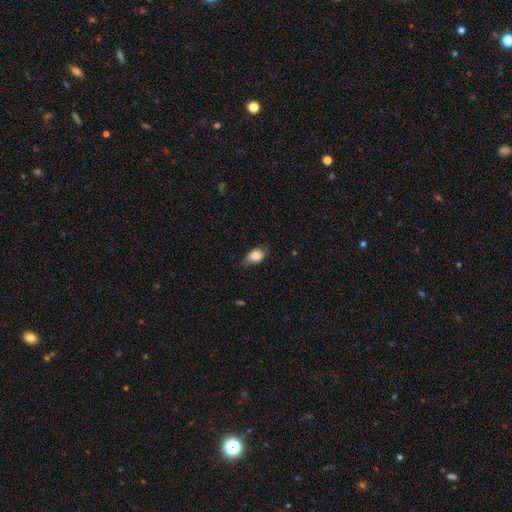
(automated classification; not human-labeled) smooth_or_featured: smooth (p=0.82) [alt: featured or disk p=0.10]
how_rounded: in between (p=0.83) [alt: round p=0.15]
merging: none (p=0.67) [alt: minor disturbance p=0.26]